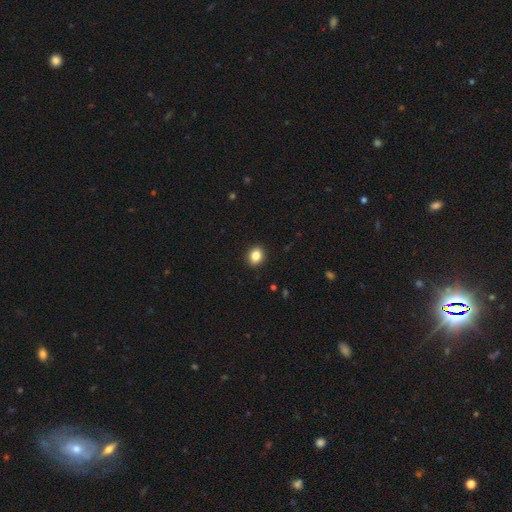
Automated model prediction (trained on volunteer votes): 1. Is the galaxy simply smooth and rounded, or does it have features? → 86% smooth, 9% star or artifact, 5% featured or disk.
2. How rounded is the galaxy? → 53% round, 46% in between, 1% cigar-shaped.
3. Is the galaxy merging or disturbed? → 92% none, 6% minor disturbance, 2% major disturbance, 1% merger.